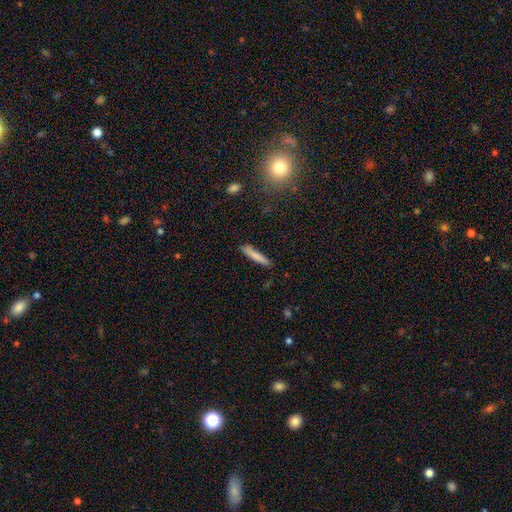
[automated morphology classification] Smooth or featured?
  - smooth: 79% *
  - featured or disk: 15%
  - star or artifact: 6%
How rounded?
  - cigar-shaped: 92% *
  - in between: 7%
  - round: 1%
Merging?
  - none: 87% *
  - minor disturbance: 10%
  - major disturbance: 2%
  - merger: 1%